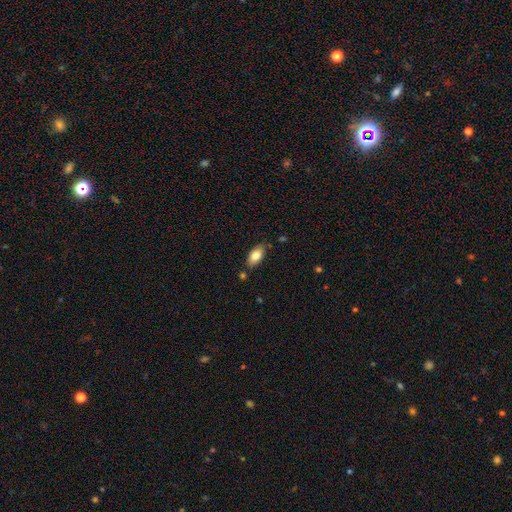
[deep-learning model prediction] smooth-or-featured: smooth: 80% | featured or disk: 13% | star or artifact: 7%
  how-rounded: in between: 91% | cigar-shaped: 5% | round: 3%
  merging: none: 79% | minor disturbance: 15% | merger: 4% | major disturbance: 3%